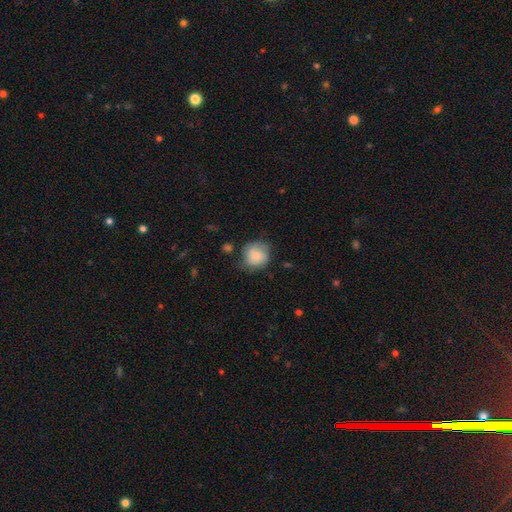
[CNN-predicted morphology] Smooth or featured? smooth (71%)
How rounded? round (83%)
Merging? none (59%)